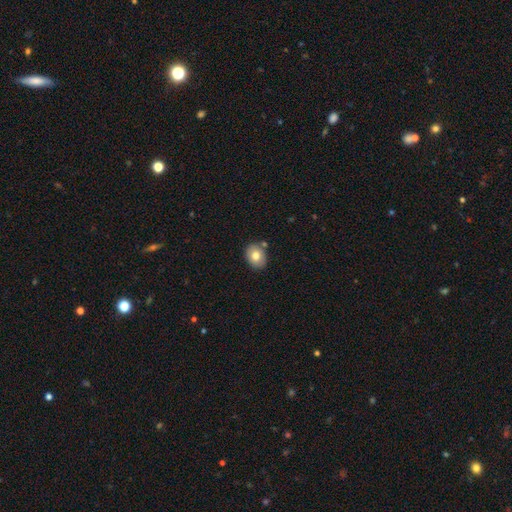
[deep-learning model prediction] Smooth or featured?
  - smooth: 77% *
  - featured or disk: 15%
  - star or artifact: 8%
How rounded?
  - in between: 59% *
  - round: 41%
  - cigar-shaped: 1%
Merging?
  - none: 80% *
  - minor disturbance: 11%
  - merger: 6%
  - major disturbance: 2%